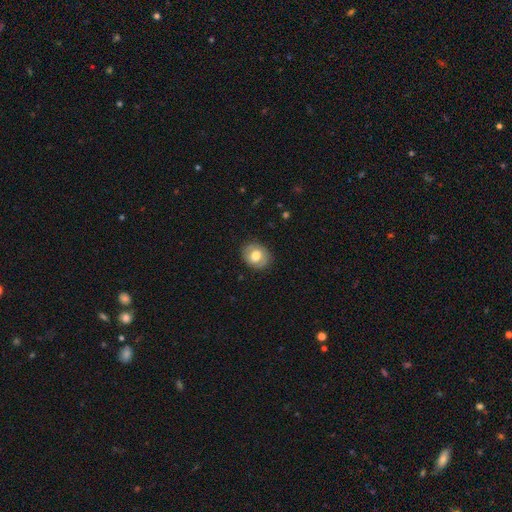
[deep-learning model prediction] This is likely a smooth galaxy (63%). How rounded: likely round (63%). Merging: clearly none (82%).